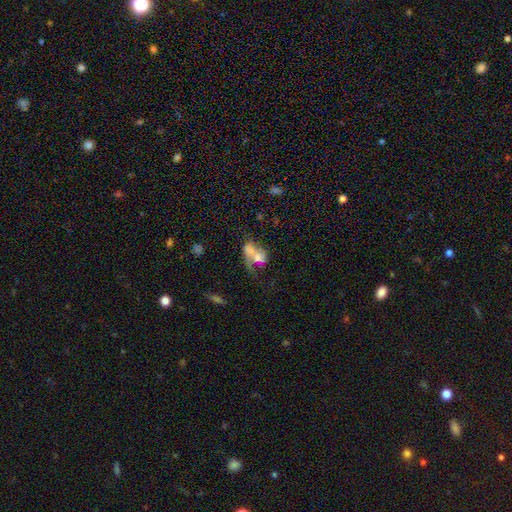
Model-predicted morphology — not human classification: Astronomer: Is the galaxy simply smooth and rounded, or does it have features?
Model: smooth — 46% (runner-up: featured or disk, 42%).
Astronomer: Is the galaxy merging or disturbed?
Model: merger — 52%.